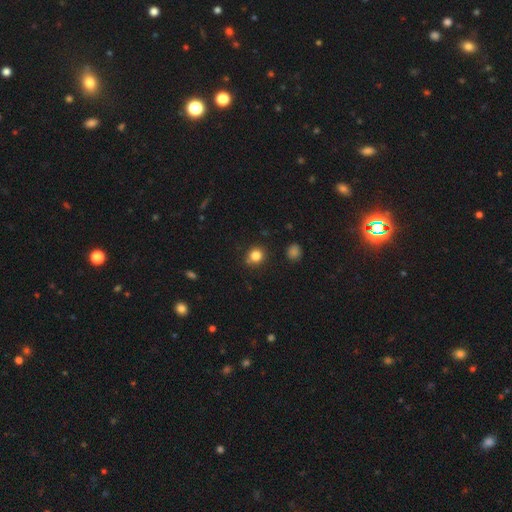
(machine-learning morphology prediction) A smooth galaxy with no disk features (83%) that is round (79%).

Vote fractions:
- Smooth or featured? smooth: 83% / star or artifact: 12% / featured or disk: 5%
- How rounded? round: 79% / in between: 20% / cigar-shaped: 1%
- Merging? none: 83% / minor disturbance: 12% / major disturbance: 3% / merger: 2%